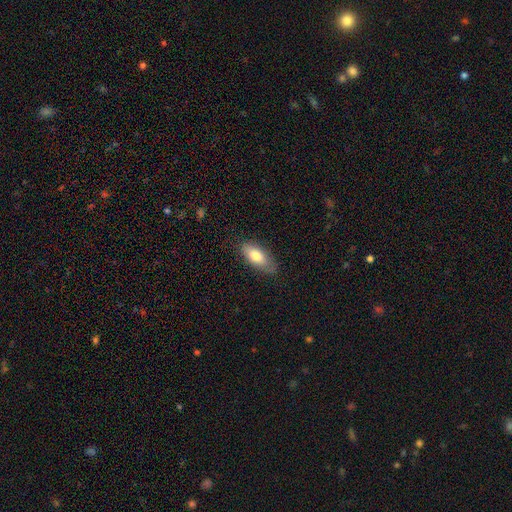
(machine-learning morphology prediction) A smooth galaxy with no disk features (77%) that is in between round and cigar-shaped (81%).

Vote fractions:
- Smooth or featured? smooth: 77% / featured or disk: 17% / star or artifact: 6%
- How rounded? in between: 81% / cigar-shaped: 16% / round: 2%
- Merging? none: 78% / minor disturbance: 17% / major disturbance: 4% / merger: 1%